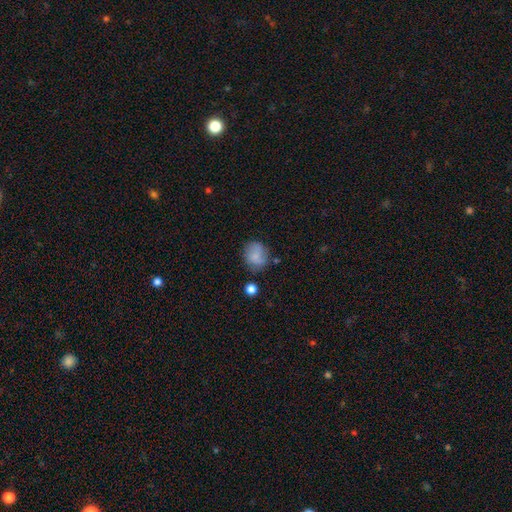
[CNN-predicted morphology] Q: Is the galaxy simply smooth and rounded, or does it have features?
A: smooth — 77%.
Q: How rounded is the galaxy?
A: round — 74%.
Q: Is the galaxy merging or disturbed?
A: none — 64%.